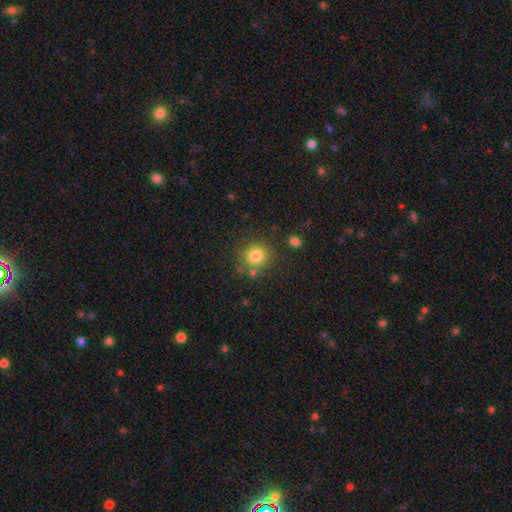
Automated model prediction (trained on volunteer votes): A smooth galaxy with no disk features (81%) that is round (87%). Merging: none (76%).